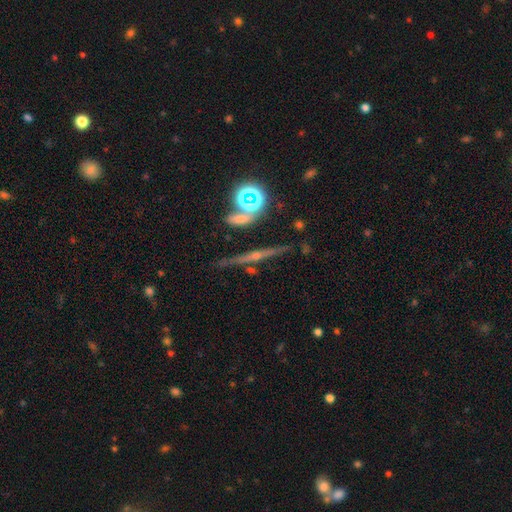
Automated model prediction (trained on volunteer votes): A featured or disk galaxy (68%) viewed edge-on (96%) with a rounded central bulge (78%).

Vote fractions:
- Smooth or featured? featured or disk: 68% / star or artifact: 18% / smooth: 14%
- Edge-on disk? yes: 96% / no: 4%
- Edge-on bulge? rounded: 78% / none: 16% / boxy: 6%
- Merging? none: 86% / minor disturbance: 8% / merger: 4% / major disturbance: 2%